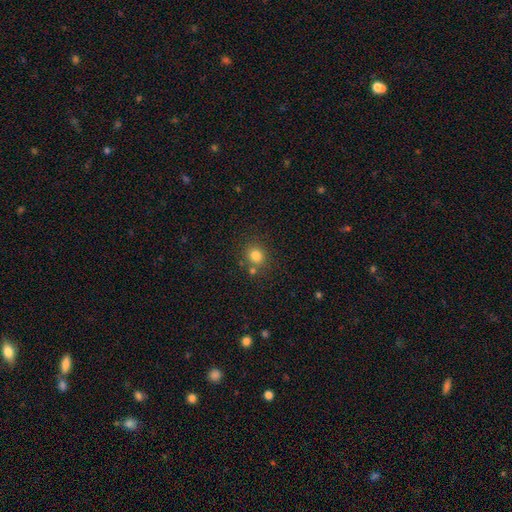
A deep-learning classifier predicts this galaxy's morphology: A smooth galaxy with no disk features (81%) that is round (76%).

Vote fractions:
- Smooth or featured? smooth: 81% / star or artifact: 13% / featured or disk: 6%
- How rounded? round: 76% / in between: 23% / cigar-shaped: 1%
- Merging? none: 73% / merger: 13% / minor disturbance: 11% / major disturbance: 4%